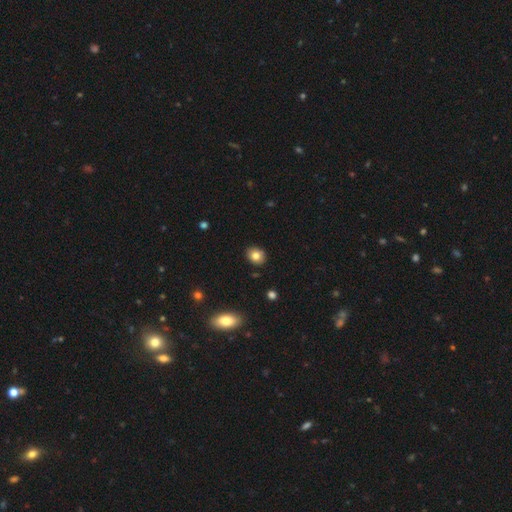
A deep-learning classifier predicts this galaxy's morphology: Smooth or featured?
  - smooth: 81% *
  - star or artifact: 10%
  - featured or disk: 9%
How rounded?
  - round: 59% *
  - in between: 40%
  - cigar-shaped: 1%
Merging?
  - none: 88% *
  - minor disturbance: 9%
  - major disturbance: 2%
  - merger: 1%